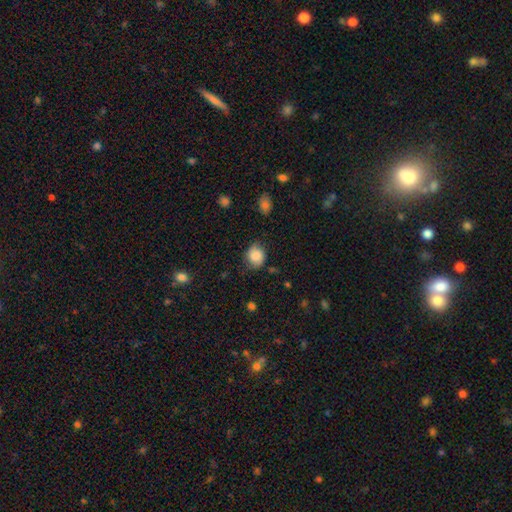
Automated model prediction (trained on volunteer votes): A smooth galaxy with no disk features (70%) that is round (61%).

Vote fractions:
- Smooth or featured? smooth: 70% / featured or disk: 21% / star or artifact: 9%
- How rounded? round: 61% / in between: 38% / cigar-shaped: 1%
- Merging? none: 69% / minor disturbance: 23% / major disturbance: 7% / merger: 2%